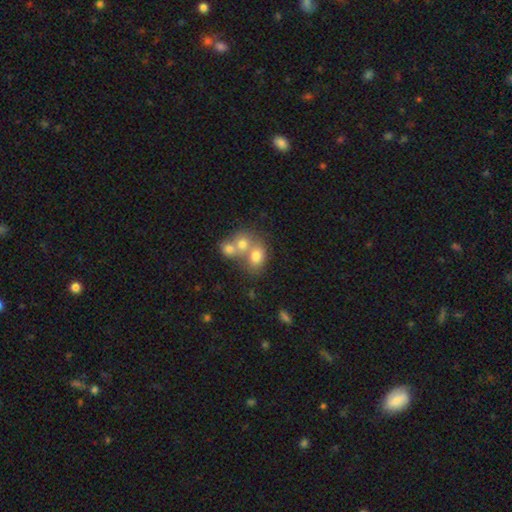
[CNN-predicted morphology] Overall: smooth (71%). How rounded: in between (59%; round 40%). Merging: merger (57%; none 31%).